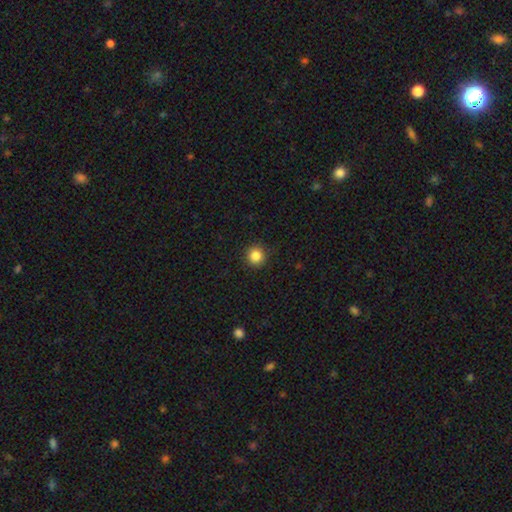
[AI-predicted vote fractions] smooth_or_featured: smooth (p=0.85) [alt: star or artifact p=0.11]
how_rounded: round (p=0.94) [alt: in between p=0.05]
merging: none (p=0.91) [alt: minor disturbance p=0.06]